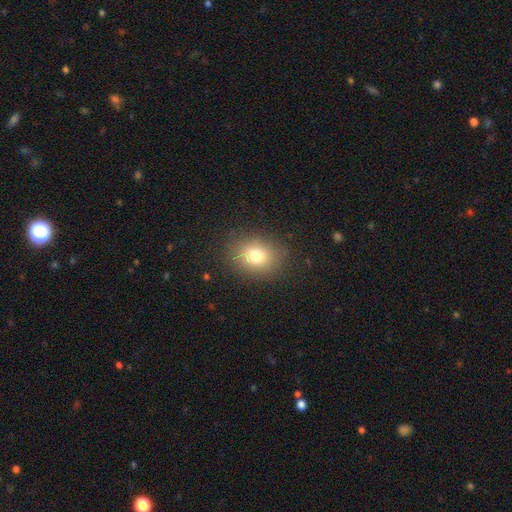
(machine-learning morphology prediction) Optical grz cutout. It shows a smooth galaxy with no disk features (77%) that is in between round and cigar-shaped (50%). Merging: none (85%).